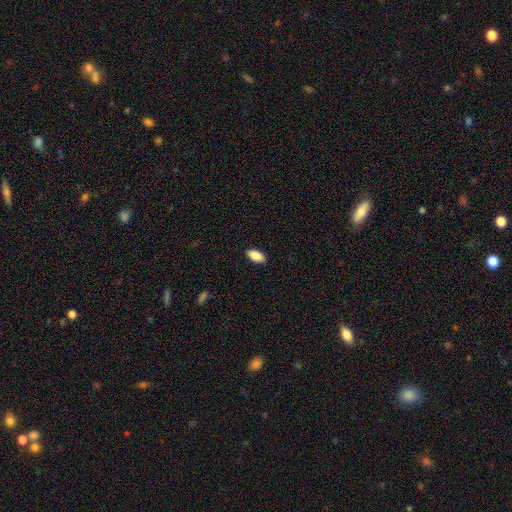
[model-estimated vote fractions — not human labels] The model was most divided on "merging": none: 89%, minor disturbance: 8%, major disturbance: 2%, merger: 1%. More confident: how rounded — in between (91%); smooth or featured — smooth (89%).